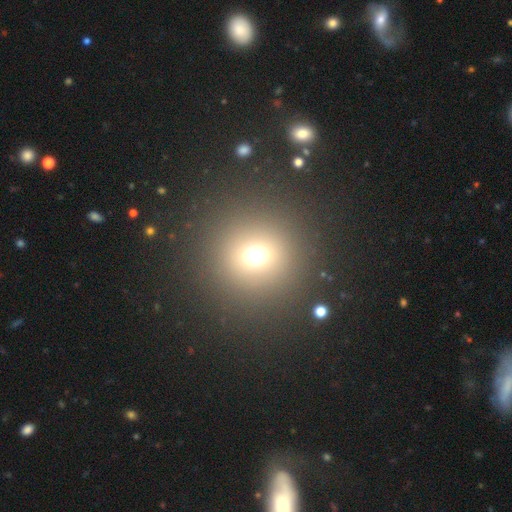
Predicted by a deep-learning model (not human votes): smooth 66%, star or artifact 26%, featured or disk 8%. Down the decision tree: how rounded — round (92%); merging — none (86%).